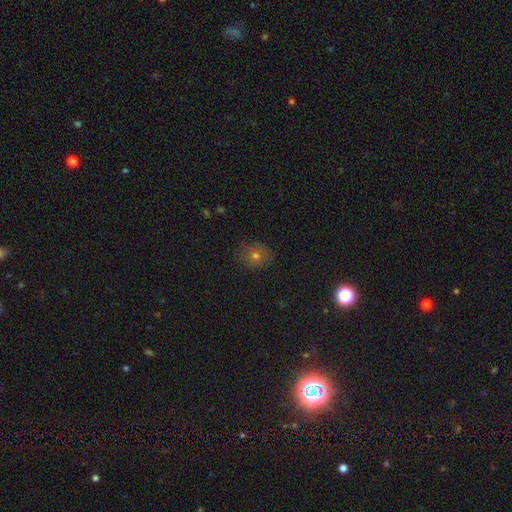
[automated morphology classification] type=smooth (65%); roundness=round (76%); merging=none (81%).